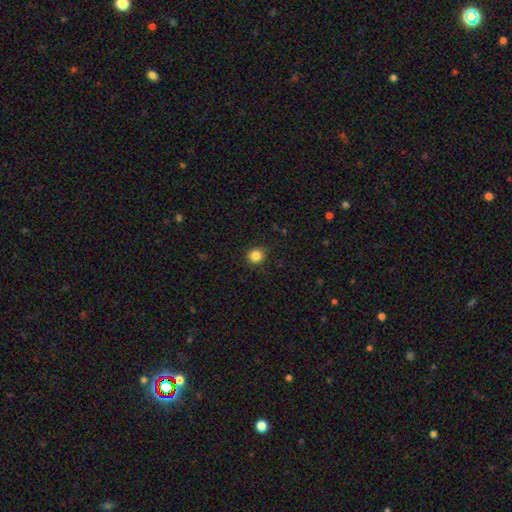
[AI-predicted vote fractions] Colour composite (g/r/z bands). It shows a smooth galaxy with no disk features (85%) that is round (89%). Merging: none (90%).